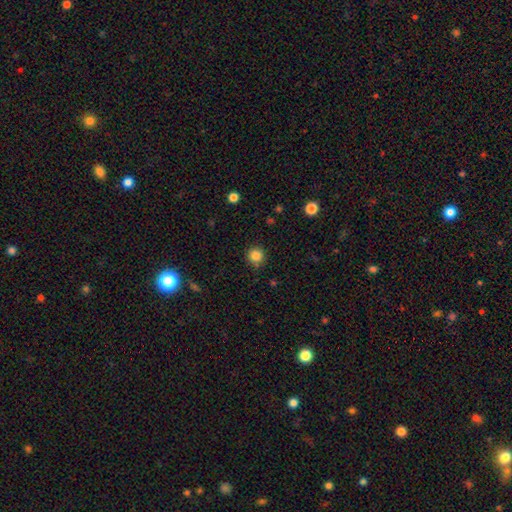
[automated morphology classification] Smooth or featured?
  - smooth: 84% *
  - star or artifact: 11%
  - featured or disk: 5%
How rounded?
  - round: 94% *
  - in between: 5%
  - cigar-shaped: 1%
Merging?
  - none: 88% *
  - minor disturbance: 9%
  - major disturbance: 2%
  - merger: 2%